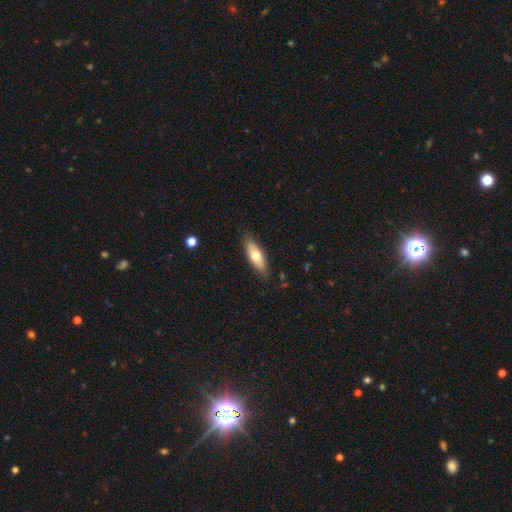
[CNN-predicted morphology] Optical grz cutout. It shows a smooth galaxy with no disk features (62%) that is in between round and cigar-shaped (62%). Merging: none (85%).